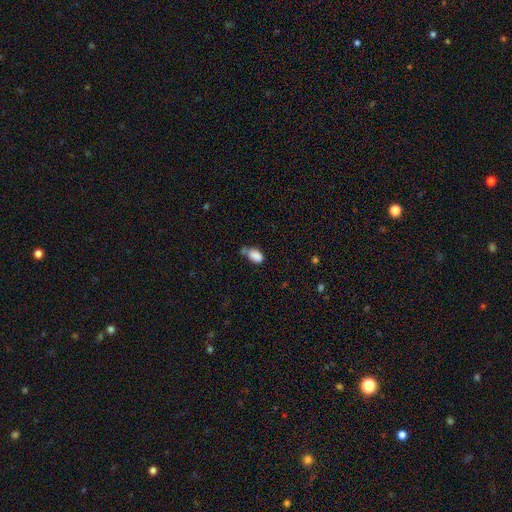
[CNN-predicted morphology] smooth_or_featured: smooth (p=0.84) [alt: star or artifact p=0.09]
how_rounded: in between (p=0.89) [alt: round p=0.09]
merging: none (p=0.38) [alt: minor disturbance p=0.26]